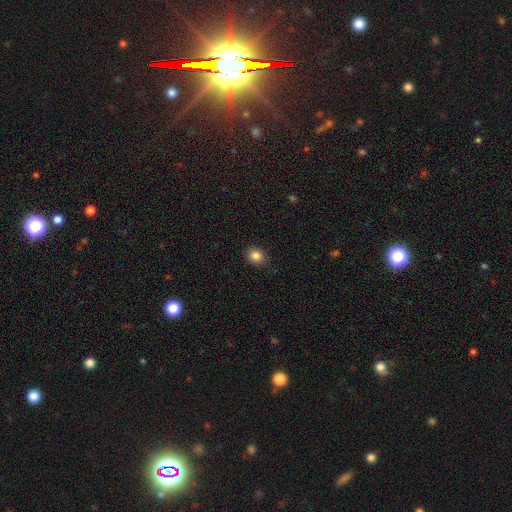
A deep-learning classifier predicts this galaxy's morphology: Smooth or featured? Predicted: smooth (p=0.85). How rounded? Predicted: round (p=0.63). Merging? Predicted: none (p=0.86).